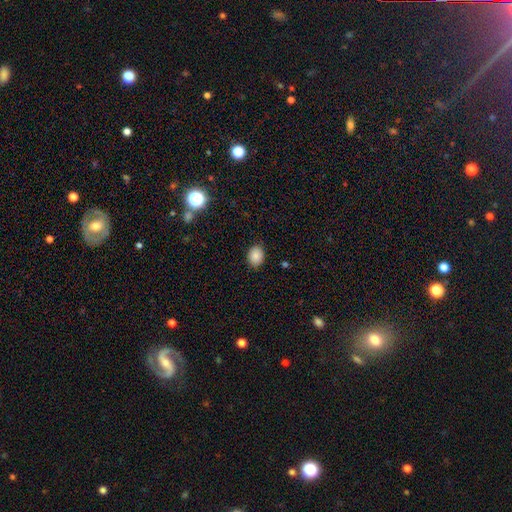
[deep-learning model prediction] smooth_or_featured: smooth (p=0.86) [alt: star or artifact p=0.10]
how_rounded: in between (p=0.53) [alt: round p=0.46]
merging: none (p=0.87) [alt: minor disturbance p=0.09]